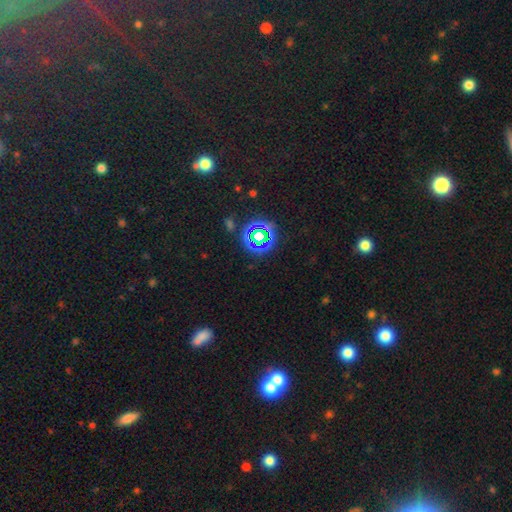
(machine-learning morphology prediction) This is likely a star or artifact rather than a galaxy (71%).